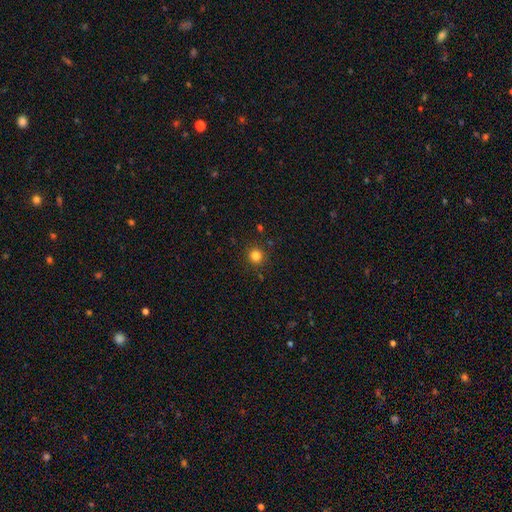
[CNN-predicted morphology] Q: Smooth or featured?
A: smooth (82%); runner-up: star or artifact (13%)
Q: How rounded?
A: round (93%); runner-up: in between (6%)
Q: Merging?
A: none (89%); runner-up: minor disturbance (7%)